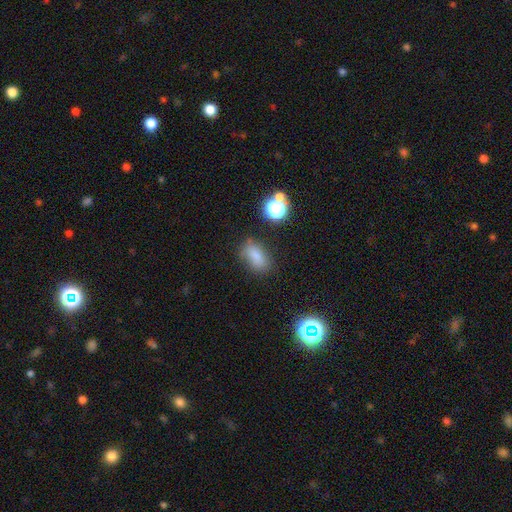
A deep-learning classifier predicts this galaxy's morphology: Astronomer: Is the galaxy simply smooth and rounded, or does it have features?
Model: smooth — 78%.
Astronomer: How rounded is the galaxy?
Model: in between — 84%.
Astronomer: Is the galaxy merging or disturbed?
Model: none — 68%.